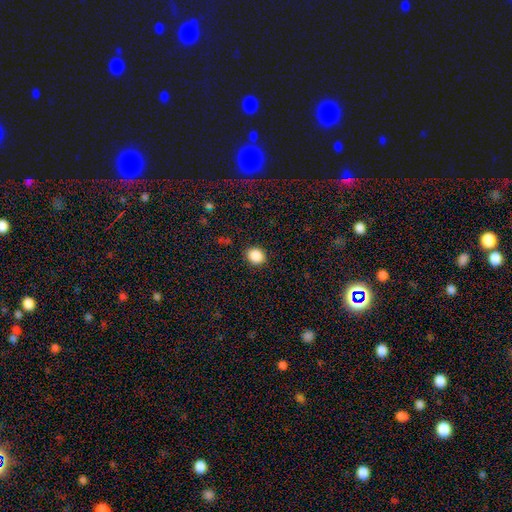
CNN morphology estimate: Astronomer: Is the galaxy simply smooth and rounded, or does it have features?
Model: smooth — 88%.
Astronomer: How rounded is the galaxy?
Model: round — 66%.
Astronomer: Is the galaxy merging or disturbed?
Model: none — 90%.